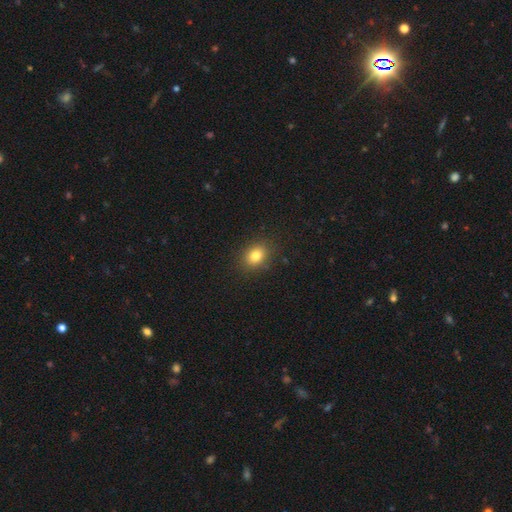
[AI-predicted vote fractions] Overall: smooth (81%). How rounded: in between (56%; round 43%). Merging: none (87%).